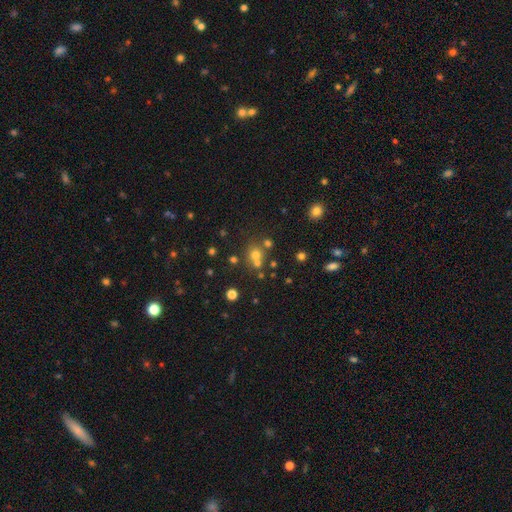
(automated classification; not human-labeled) smooth_or_featured: smooth (p=0.63) [alt: star or artifact p=0.24]
how_rounded: round (p=0.85) [alt: in between p=0.14]
merging: none (p=0.59) [alt: merger p=0.29]